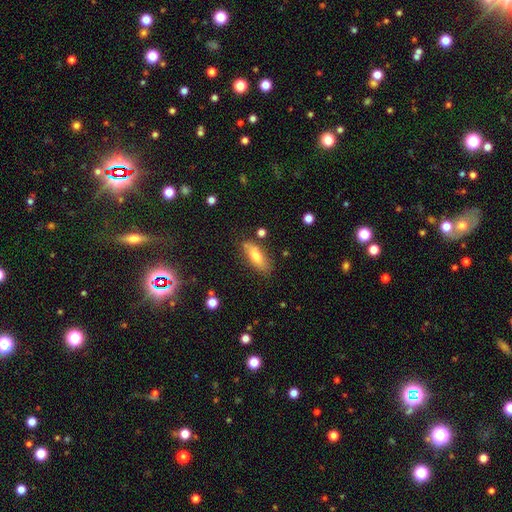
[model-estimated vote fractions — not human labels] A smooth galaxy with no disk features (69%) that is in between round and cigar-shaped (66%).

Vote fractions:
- Smooth or featured? smooth: 69% / featured or disk: 23% / star or artifact: 9%
- How rounded? in between: 66% / cigar-shaped: 31% / round: 3%
- Merging? none: 78% / minor disturbance: 15% / major disturbance: 3% / merger: 3%